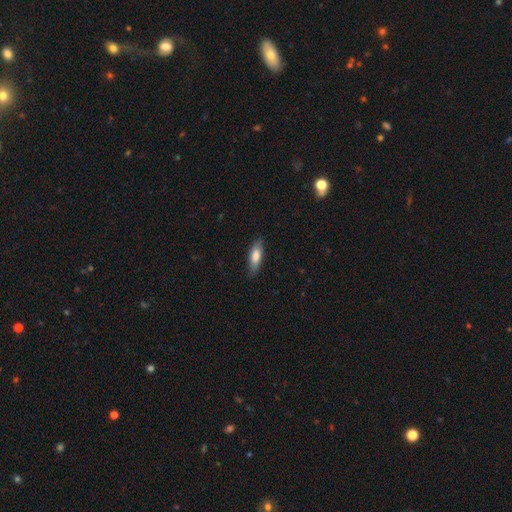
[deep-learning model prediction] smooth_or_featured: smooth (p=0.77) [alt: featured or disk p=0.17]
how_rounded: in between (p=0.58) [alt: cigar-shaped p=0.40]
merging: none (p=0.82) [alt: minor disturbance p=0.14]